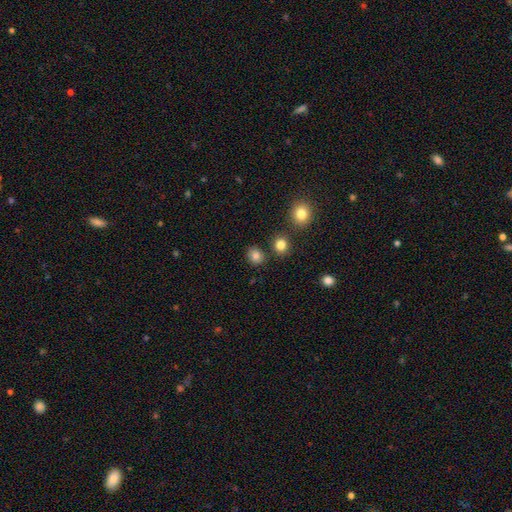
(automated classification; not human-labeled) Overall: smooth (82%). How rounded: round (74%). Merging: none (82%).